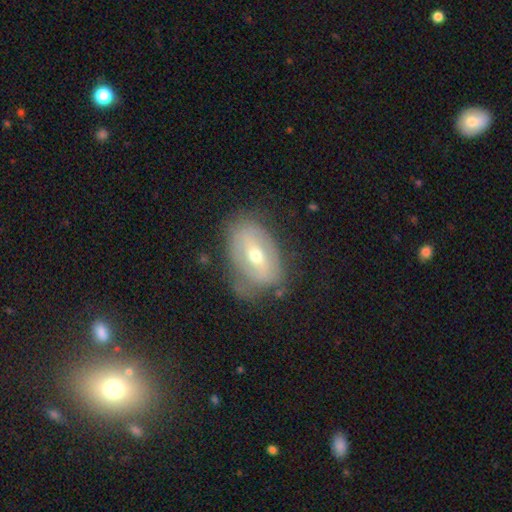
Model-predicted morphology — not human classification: Q: Smooth or featured?
A: featured or disk (58%); runner-up: smooth (35%)
Q: Edge-on disk?
A: no (89%); runner-up: yes (11%)
Q: Bar?
A: weak (35%); runner-up: strong (33%)
Q: Spiral arms?
A: no (63%); runner-up: yes (37%)
Q: Bulge size?
A: moderate (54%); runner-up: small (42%)
Q: Merging?
A: none (62%); runner-up: minor disturbance (25%)